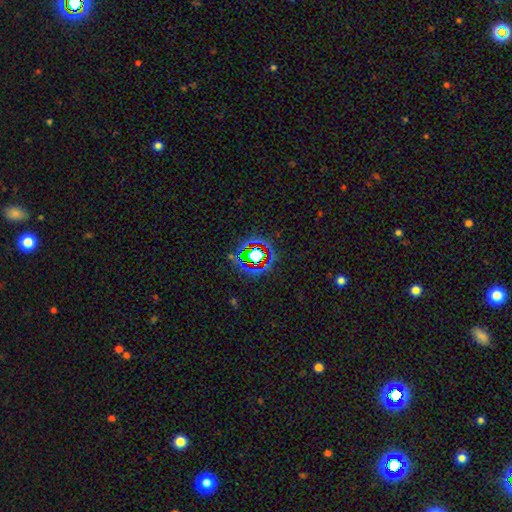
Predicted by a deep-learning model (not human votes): Overall: star or artifact (66%).